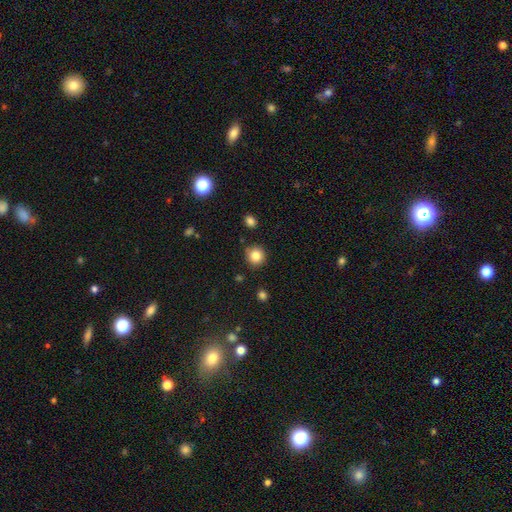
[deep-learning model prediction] Smooth or featured: smooth — 84% (star or artifact — 10%)
How rounded: round — 89% (in between — 10%)
Merging: none — 86% (minor disturbance — 9%)